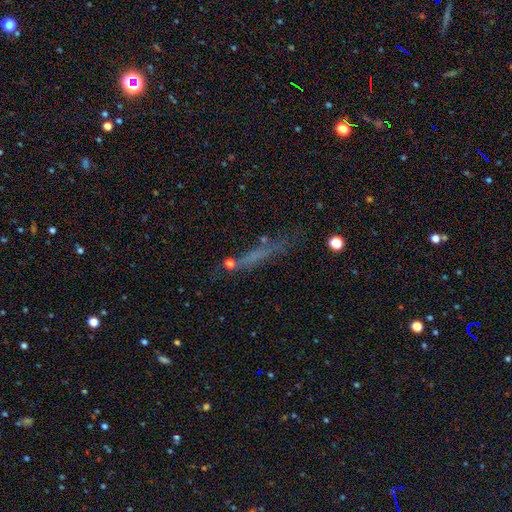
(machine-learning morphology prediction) Smooth or featured: smooth — 49% (featured or disk — 28%)
Merging: none — 66% (minor disturbance — 18%)